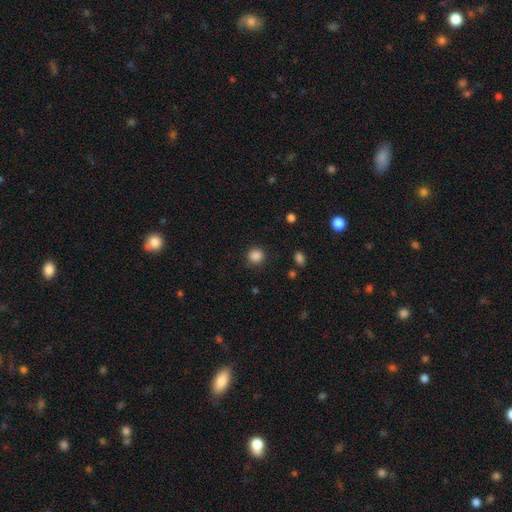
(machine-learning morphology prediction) A smooth galaxy with no disk features (86%) that is round (89%).

Vote fractions:
- Smooth or featured? smooth: 86% / star or artifact: 11% / featured or disk: 3%
- How rounded? round: 89% / in between: 10% / cigar-shaped: 1%
- Merging? none: 86% / minor disturbance: 9% / major disturbance: 3% / merger: 1%